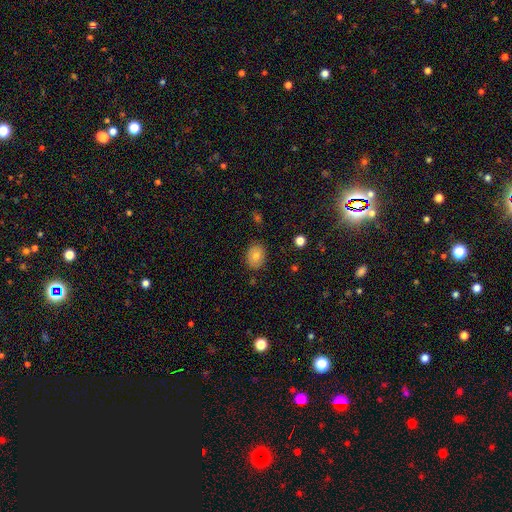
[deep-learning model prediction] Morphology: type=smooth (77%); roundness=in between (53%); merging=none (84%).